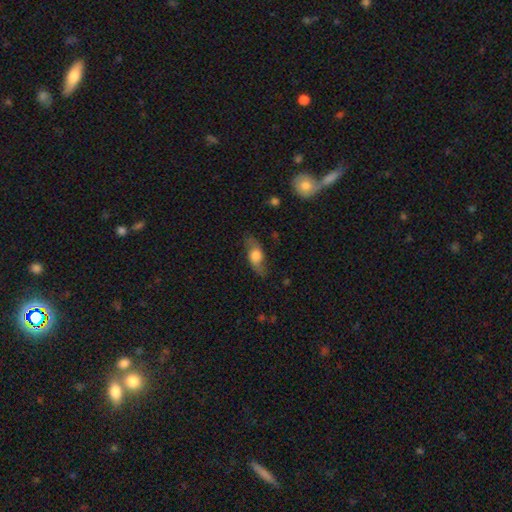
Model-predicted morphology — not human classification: smooth-or-featured: smooth: 51% | featured or disk: 41% | star or artifact: 7%
  how-rounded: in between: 69% | cigar-shaped: 21% | round: 10%
  merging: none: 72% | minor disturbance: 19% | major disturbance: 7% | merger: 2%